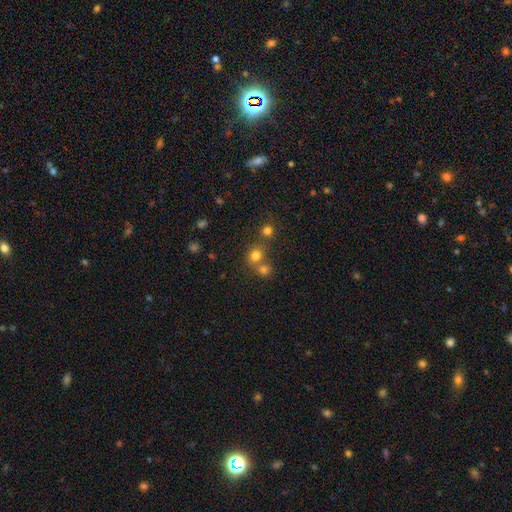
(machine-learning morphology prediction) This appears to be a smooth galaxy with no disk features (75%) that is round (77%). Merging: none (53%).